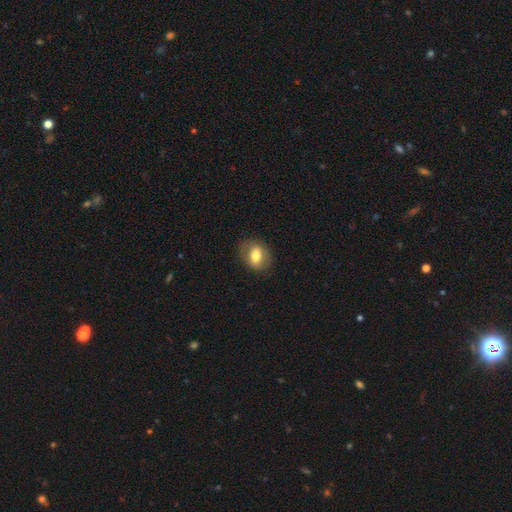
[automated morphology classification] Smooth or featured: smooth — 68% (featured or disk — 24%)
How rounded: in between — 60% (round — 39%)
Merging: none — 82% (minor disturbance — 12%)